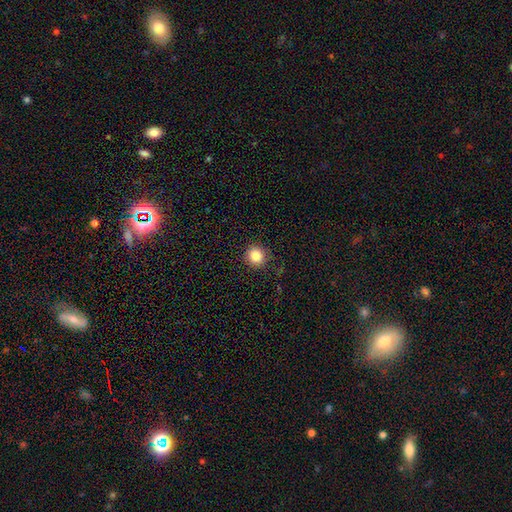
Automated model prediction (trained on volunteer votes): Overall: smooth (85%). How rounded: round (92%). Merging: none (88%).